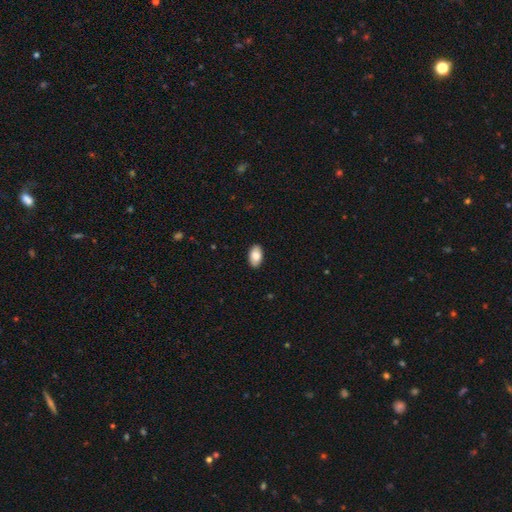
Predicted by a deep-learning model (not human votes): smooth-or-featured: smooth: 87% | featured or disk: 7% | star or artifact: 6%
  how-rounded: in between: 94% | round: 4% | cigar-shaped: 2%
  merging: none: 90% | minor disturbance: 8% | major disturbance: 2% | merger: 1%